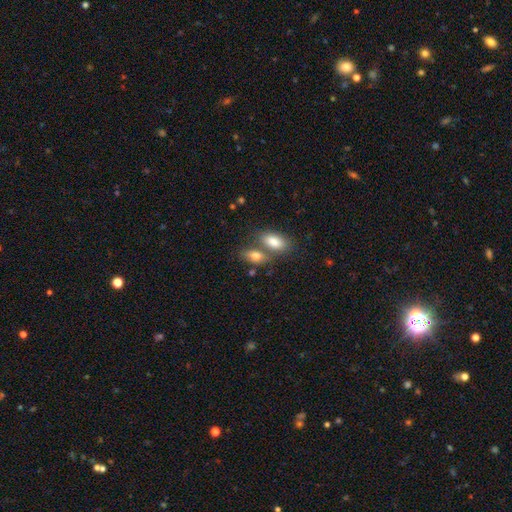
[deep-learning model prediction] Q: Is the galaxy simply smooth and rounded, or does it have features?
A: smooth — 79%.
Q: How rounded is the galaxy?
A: in between — 86%.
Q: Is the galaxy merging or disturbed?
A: none — 43%, tied with merger.